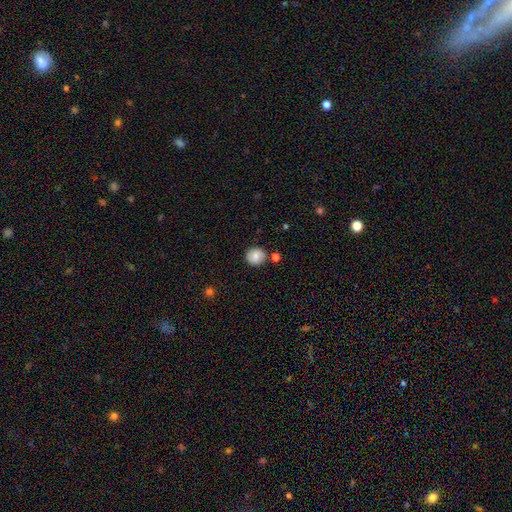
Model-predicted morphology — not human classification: smooth-or-featured: smooth: 79% | featured or disk: 13% | star or artifact: 9%
  how-rounded: round: 88% | in between: 11% | cigar-shaped: 1%
  merging: none: 81% | minor disturbance: 10% | merger: 6% | major disturbance: 2%